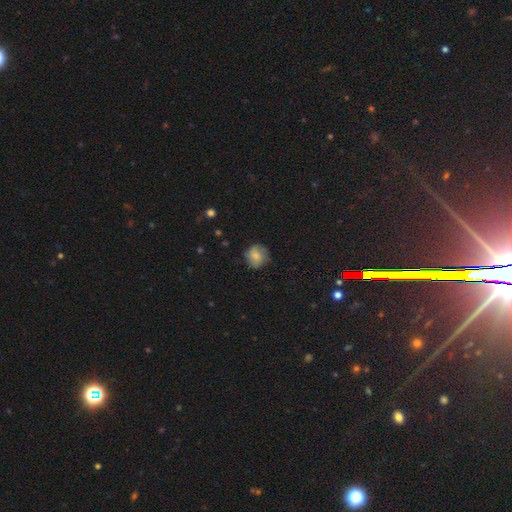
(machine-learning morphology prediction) smooth-or-featured: smooth: 70% | featured or disk: 21% | star or artifact: 9%
  how-rounded: round: 85% | in between: 14% | cigar-shaped: 1%
  merging: none: 75% | minor disturbance: 19% | major disturbance: 5% | merger: 1%